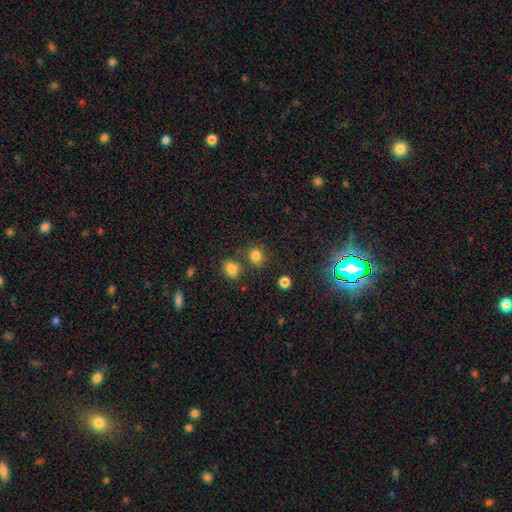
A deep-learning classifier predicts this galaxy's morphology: smooth-or-featured: smooth: 81% | star or artifact: 14% | featured or disk: 5%
  how-rounded: round: 83% | in between: 16% | cigar-shaped: 1%
  merging: none: 74% | merger: 12% | minor disturbance: 10% | major disturbance: 4%